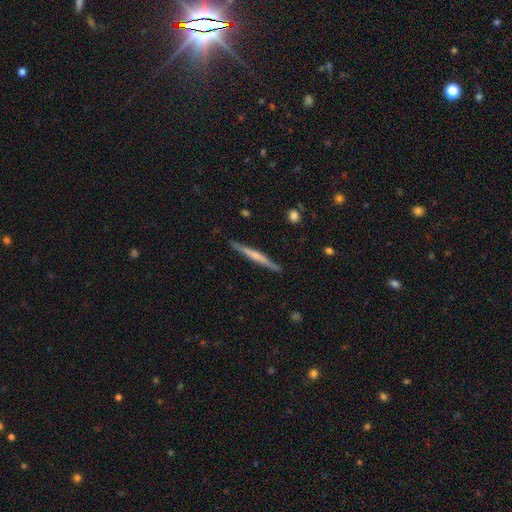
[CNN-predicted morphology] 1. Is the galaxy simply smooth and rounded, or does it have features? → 58% featured or disk, 36% smooth, 6% star or artifact.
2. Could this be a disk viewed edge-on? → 97% yes, 3% no.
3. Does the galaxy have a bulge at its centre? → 45% rounded, 44% none, 11% boxy.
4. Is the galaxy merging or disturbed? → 89% none, 8% minor disturbance, 1% major disturbance, 1% merger.